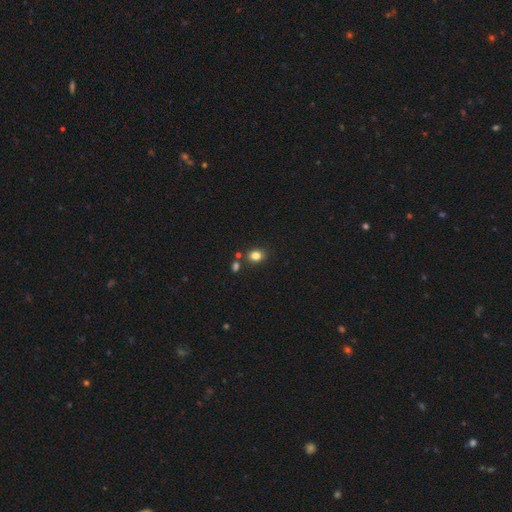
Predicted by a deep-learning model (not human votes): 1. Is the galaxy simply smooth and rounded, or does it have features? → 82% smooth, 12% star or artifact, 6% featured or disk.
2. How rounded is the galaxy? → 54% in between, 45% round, 1% cigar-shaped.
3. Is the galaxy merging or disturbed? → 75% none, 11% minor disturbance, 11% merger, 3% major disturbance.